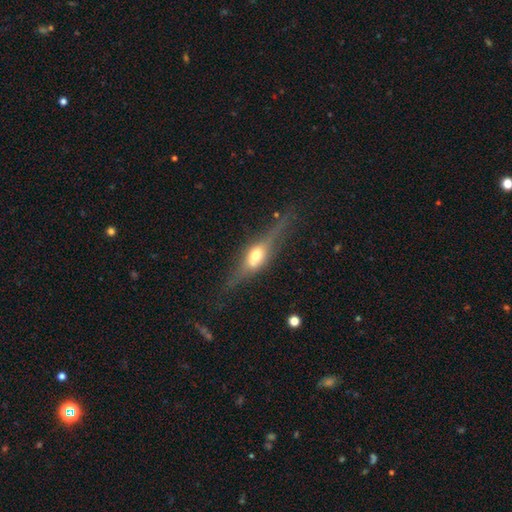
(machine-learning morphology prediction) The model was most divided on "smooth or featured": featured or disk: 68%, smooth: 23%, star or artifact: 8%. More confident: edge-on disk — yes (91%); edge-on bulge — rounded (91%); merging — none (74%).